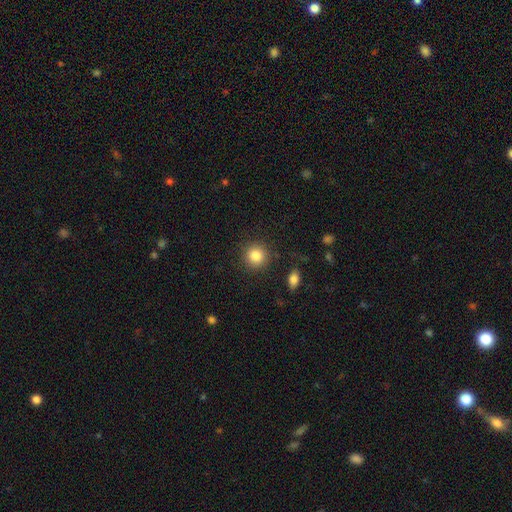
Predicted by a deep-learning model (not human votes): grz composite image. It shows a smooth galaxy with no disk features (85%) that is round (91%). Merging: none (88%).